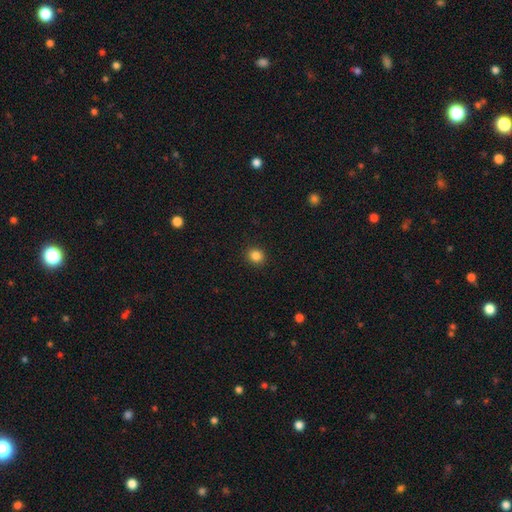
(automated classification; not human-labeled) Morphology: type=smooth (85%); roundness=round (83%); merging=none (92%).